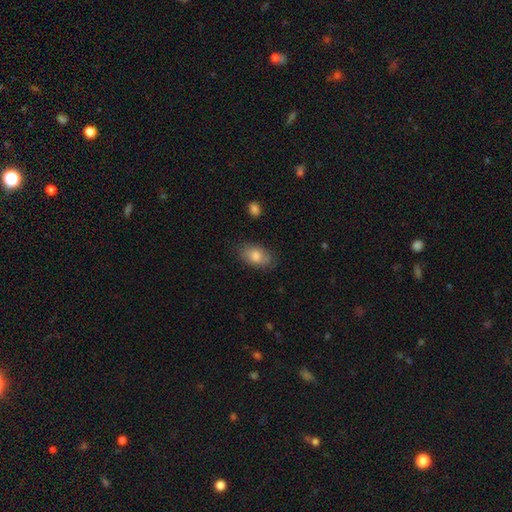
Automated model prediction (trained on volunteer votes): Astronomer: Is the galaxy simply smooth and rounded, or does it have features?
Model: smooth — 79%.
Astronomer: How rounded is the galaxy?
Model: in between — 90%.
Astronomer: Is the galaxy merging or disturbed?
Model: none — 80%.